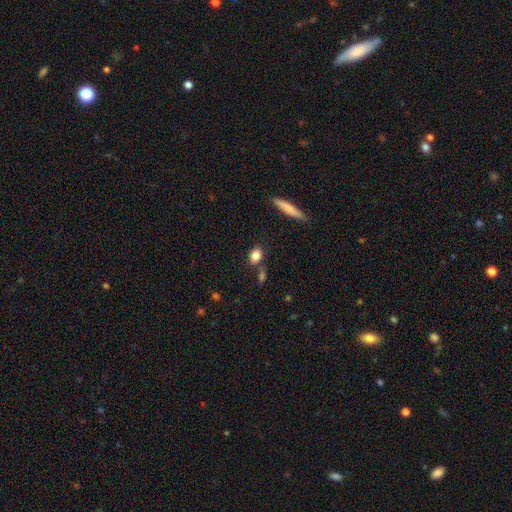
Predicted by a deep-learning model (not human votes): A smooth galaxy with no disk features (84%) that is in between round and cigar-shaped (69%).

Vote fractions:
- Smooth or featured? smooth: 84% / star or artifact: 9% / featured or disk: 8%
- How rounded? in between: 69% / round: 26% / cigar-shaped: 5%
- Merging? none: 69% / minor disturbance: 14% / merger: 13% / major disturbance: 4%